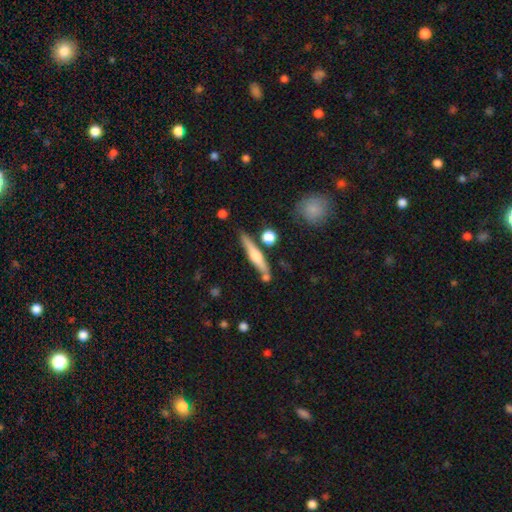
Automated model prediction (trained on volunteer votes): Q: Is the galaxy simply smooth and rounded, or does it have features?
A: featured or disk — 52%.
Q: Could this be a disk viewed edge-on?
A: yes — 95%.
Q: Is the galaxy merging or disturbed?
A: none — 79%.